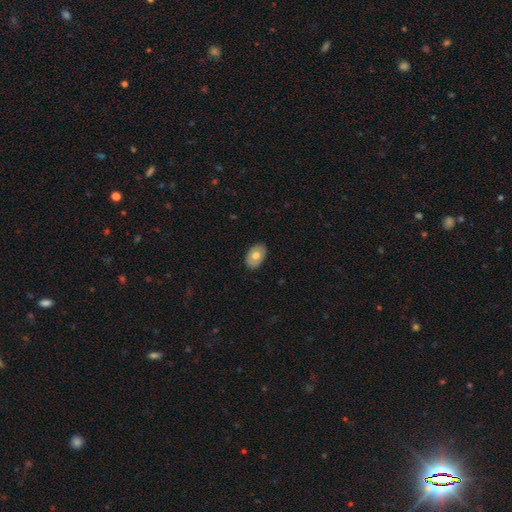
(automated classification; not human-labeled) smooth-or-featured: smooth: 65% | featured or disk: 29% | star or artifact: 6%
  how-rounded: in between: 86% | round: 13% | cigar-shaped: 1%
  merging: none: 86% | minor disturbance: 11% | major disturbance: 2% | merger: 1%